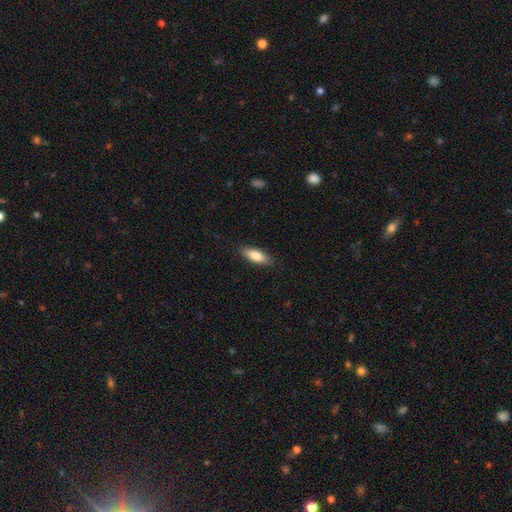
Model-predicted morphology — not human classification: The model was most divided on "how rounded": in between: 63%, cigar-shaped: 35%, round: 2%. More confident: merging — none (87%); smooth or featured — smooth (81%).